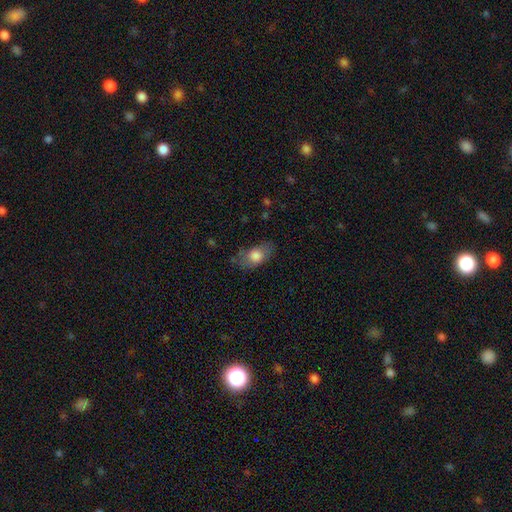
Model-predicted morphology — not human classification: Smooth or featured? smooth (76%)
How rounded? in between (86%)
Merging? none (67%)